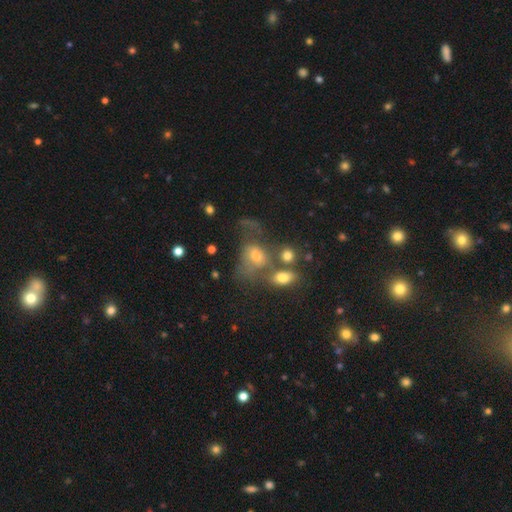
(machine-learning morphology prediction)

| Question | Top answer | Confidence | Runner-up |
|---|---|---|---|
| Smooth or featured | smooth | 48% | featured or disk (37%) |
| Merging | merger | 31% | major disturbance (28%) |